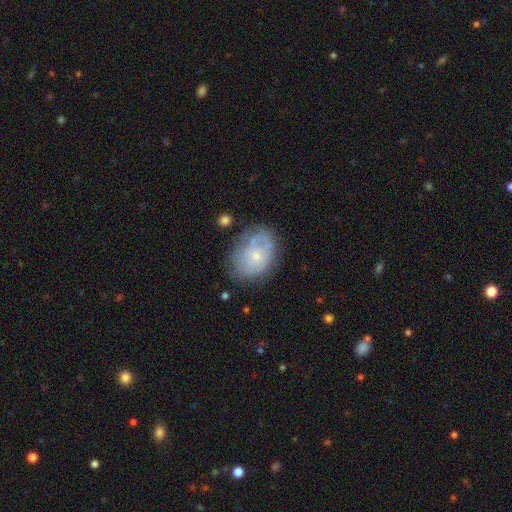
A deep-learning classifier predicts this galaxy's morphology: smooth_or_featured: featured or disk (p=0.49) [alt: smooth p=0.43]
merging: none (p=0.58) [alt: minor disturbance p=0.27]